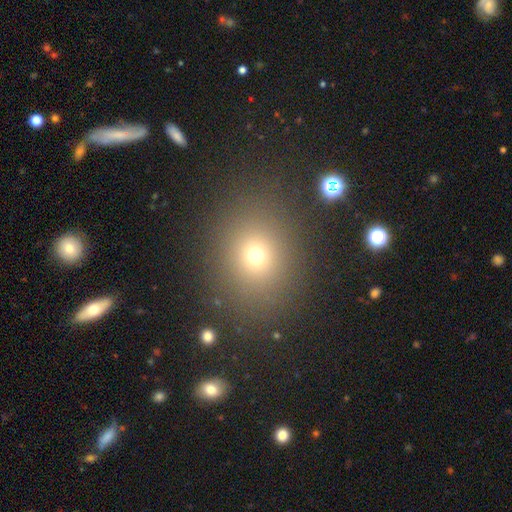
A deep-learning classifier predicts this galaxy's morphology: A smooth galaxy with no disk features (68%) that is round (64%).

Vote fractions:
- Smooth or featured? smooth: 68% / star or artifact: 22% / featured or disk: 10%
- How rounded? round: 64% / in between: 35% / cigar-shaped: 1%
- Merging? none: 85% / minor disturbance: 8% / major disturbance: 5% / merger: 2%